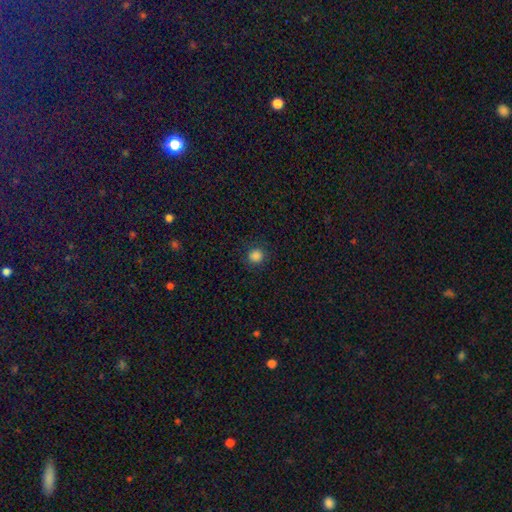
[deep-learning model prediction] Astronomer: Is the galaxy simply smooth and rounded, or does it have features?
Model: smooth — 84%.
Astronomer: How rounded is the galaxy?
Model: round — 91%.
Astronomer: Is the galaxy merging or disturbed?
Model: none — 89%.